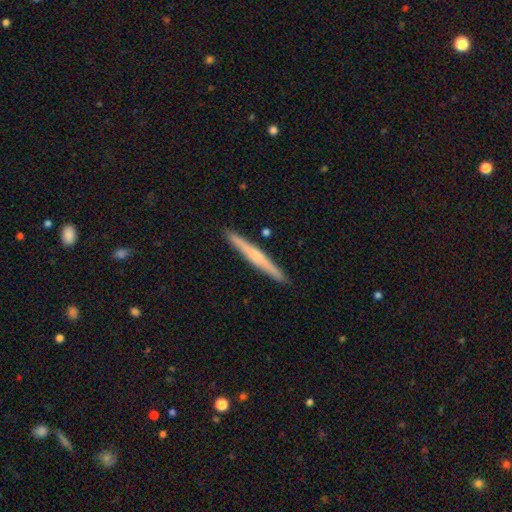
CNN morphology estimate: A featured or disk galaxy (54%) viewed edge-on (98%) with a rounded central bulge (50%).

Vote fractions:
- Smooth or featured? featured or disk: 54% / smooth: 41% / star or artifact: 5%
- Edge-on disk? yes: 98% / no: 2%
- Edge-on bulge? rounded: 50% / none: 41% / boxy: 9%
- Merging? none: 92% / minor disturbance: 6% / merger: 1% / major disturbance: 1%